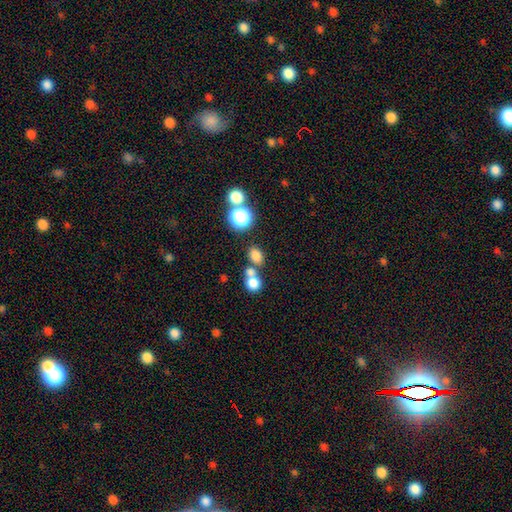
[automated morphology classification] Smooth or featured? Predicted: smooth (p=0.76). How rounded? Predicted: in between (p=0.58). Merging? Predicted: none (p=0.57).